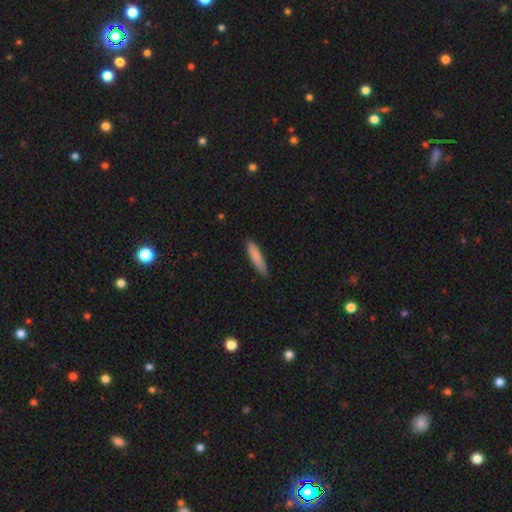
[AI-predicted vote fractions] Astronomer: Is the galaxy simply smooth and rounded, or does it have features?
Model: smooth — 85%.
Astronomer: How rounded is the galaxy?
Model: cigar-shaped — 84%.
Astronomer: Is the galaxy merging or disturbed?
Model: none — 84%.